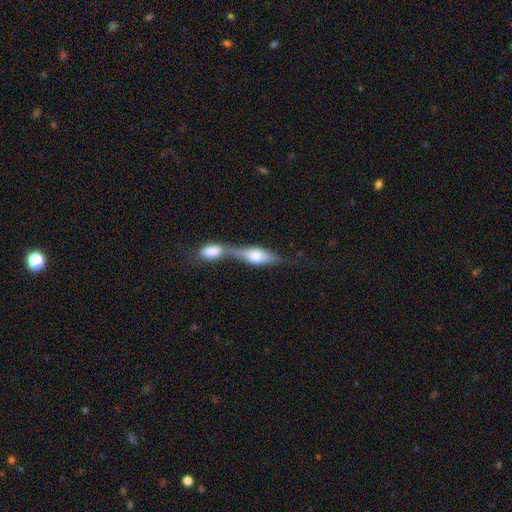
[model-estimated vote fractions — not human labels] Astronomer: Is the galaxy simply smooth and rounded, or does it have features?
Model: featured or disk — 51% (runner-up: smooth, 41%).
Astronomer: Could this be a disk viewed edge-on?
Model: yes — 80%.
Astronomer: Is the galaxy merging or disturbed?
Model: merger — 64%.